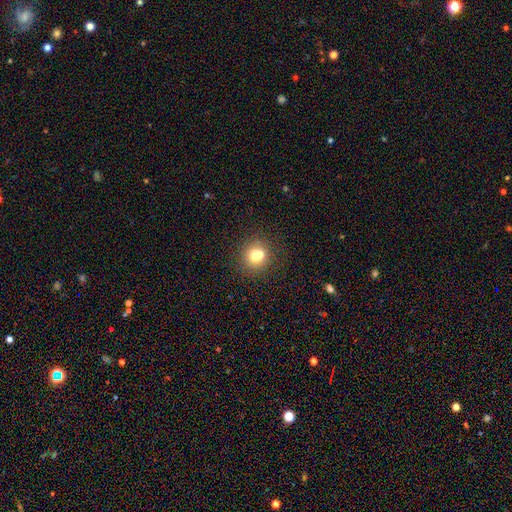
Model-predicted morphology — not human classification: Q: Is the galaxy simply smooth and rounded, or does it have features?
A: smooth — 71%.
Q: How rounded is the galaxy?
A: round — 80%.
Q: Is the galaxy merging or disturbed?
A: none — 58%.